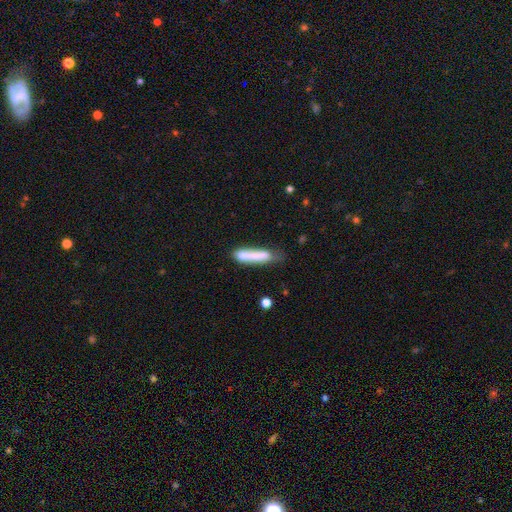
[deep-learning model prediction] A smooth galaxy with no disk features (72%) that is cigar-shaped (84%). Merging: none (45%).